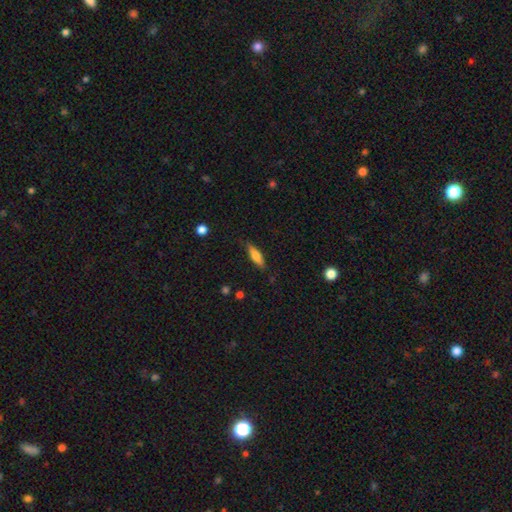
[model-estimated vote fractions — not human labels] Smooth or featured?
  - smooth: 67% *
  - featured or disk: 27%
  - star or artifact: 7%
How rounded?
  - cigar-shaped: 62% *
  - in between: 36%
  - round: 2%
Merging?
  - none: 81% *
  - minor disturbance: 14%
  - major disturbance: 3%
  - merger: 1%